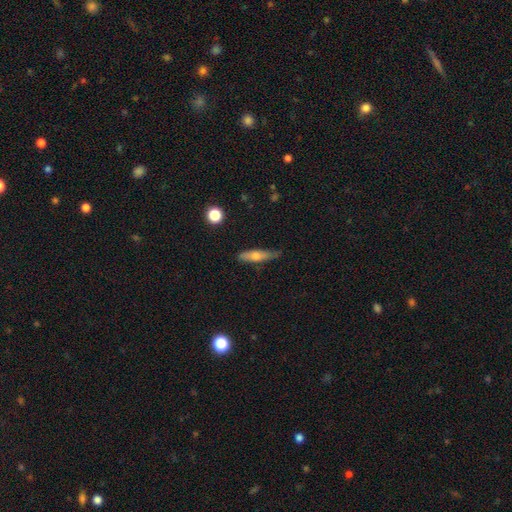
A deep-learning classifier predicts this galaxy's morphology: A smooth galaxy with no disk features (59%) that is cigar-shaped (77%). Merging: none (75%).